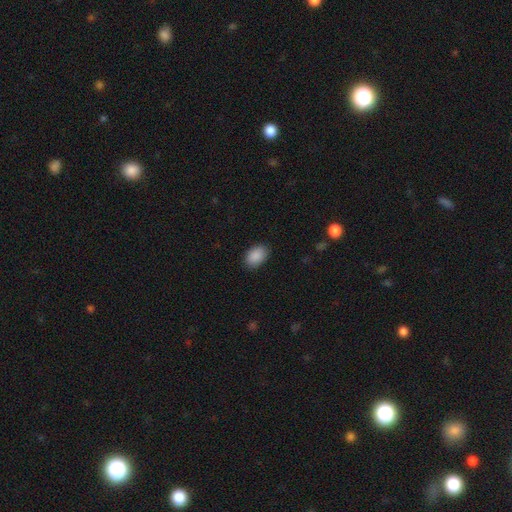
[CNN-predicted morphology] Q: Smooth or featured?
A: smooth (90%); runner-up: star or artifact (7%)
Q: How rounded?
A: in between (87%); runner-up: round (12%)
Q: Merging?
A: none (88%); runner-up: minor disturbance (9%)